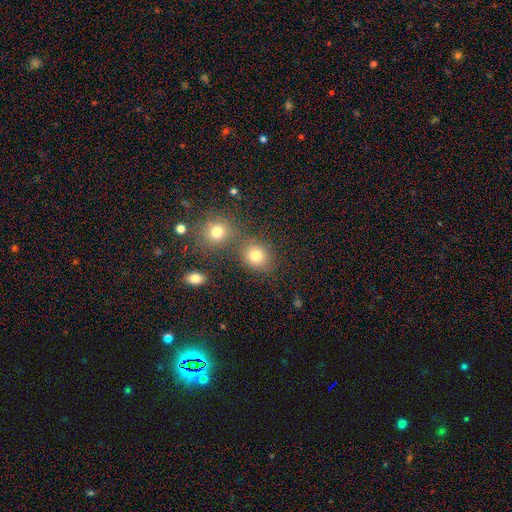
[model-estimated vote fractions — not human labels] A smooth galaxy with no disk features (80%) that is round (72%).

Vote fractions:
- Smooth or featured? smooth: 80% / star or artifact: 14% / featured or disk: 7%
- How rounded? round: 72% / in between: 27% / cigar-shaped: 1%
- Merging? none: 67% / merger: 20% / minor disturbance: 9% / major disturbance: 4%